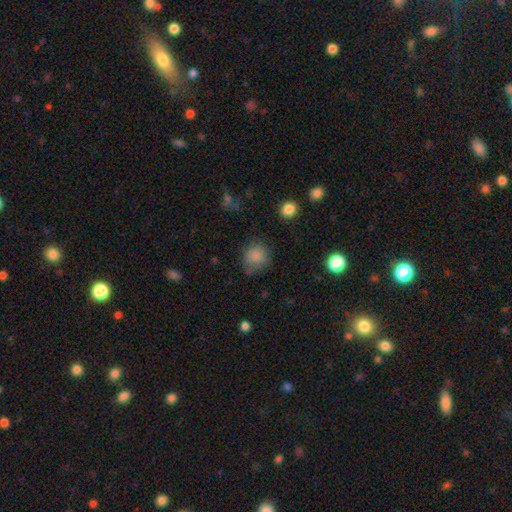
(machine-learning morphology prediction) Smooth or featured?
  - smooth: 83% *
  - star or artifact: 11%
  - featured or disk: 6%
How rounded?
  - round: 85% *
  - in between: 14%
  - cigar-shaped: 1%
Merging?
  - none: 68% *
  - minor disturbance: 22%
  - major disturbance: 8%
  - merger: 2%